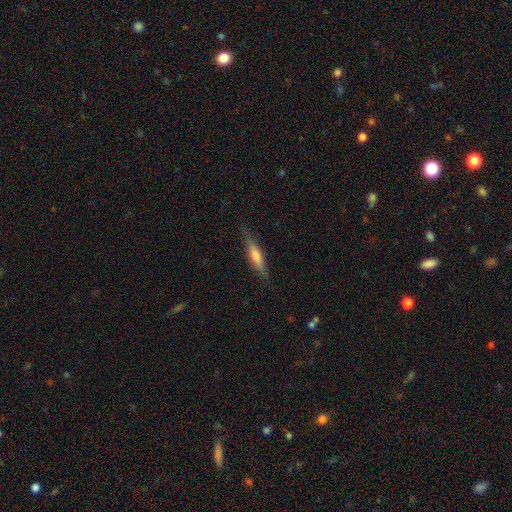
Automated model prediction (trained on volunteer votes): smooth-or-featured: smooth: 49% | featured or disk: 45% | star or artifact: 7%
  merging: none: 83% | minor disturbance: 13% | major disturbance: 3% | merger: 1%